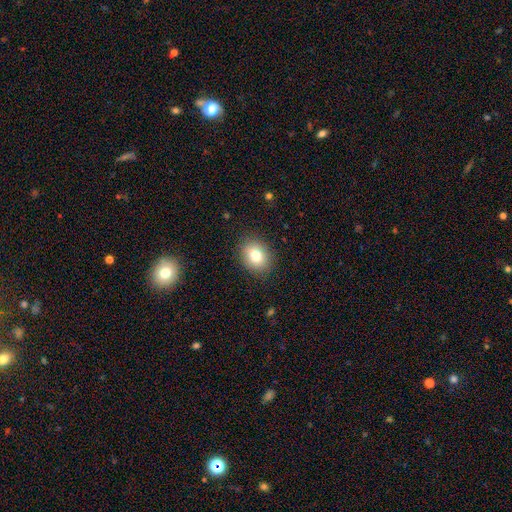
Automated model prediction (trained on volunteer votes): The model was most divided on "how rounded": in between: 50%, round: 49%, cigar-shaped: 1%. More confident: merging — none (88%); smooth or featured — smooth (79%).